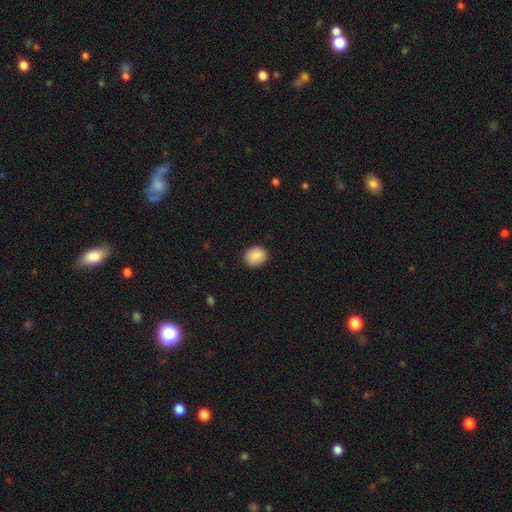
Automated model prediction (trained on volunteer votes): smooth 89%, star or artifact 7%, featured or disk 4%. Down the decision tree: how rounded — round (52%); merging — none (88%).